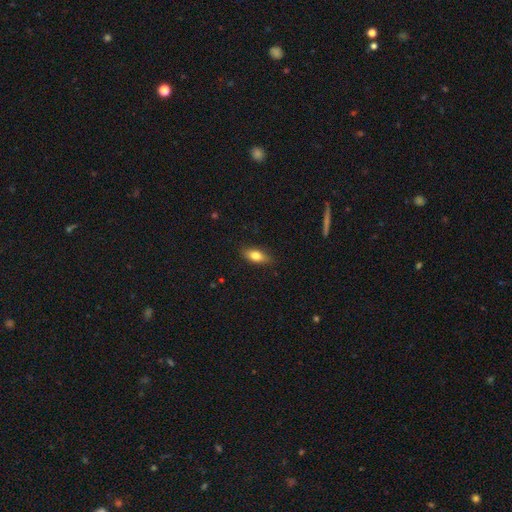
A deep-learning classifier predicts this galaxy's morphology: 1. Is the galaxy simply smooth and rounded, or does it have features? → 74% smooth, 19% featured or disk, 7% star or artifact.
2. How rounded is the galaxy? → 78% in between, 17% cigar-shaped, 5% round.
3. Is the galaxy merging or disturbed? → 85% none, 12% minor disturbance, 2% major disturbance, 1% merger.